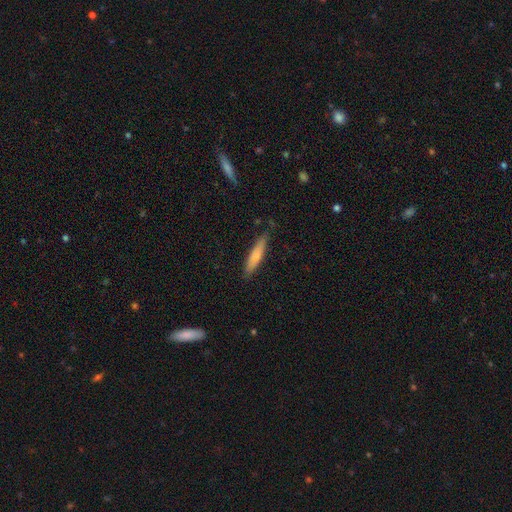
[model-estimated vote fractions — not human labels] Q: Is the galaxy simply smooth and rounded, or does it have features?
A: smooth — 77%.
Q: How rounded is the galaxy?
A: cigar-shaped — 87%.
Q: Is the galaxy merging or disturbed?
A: none — 84%.